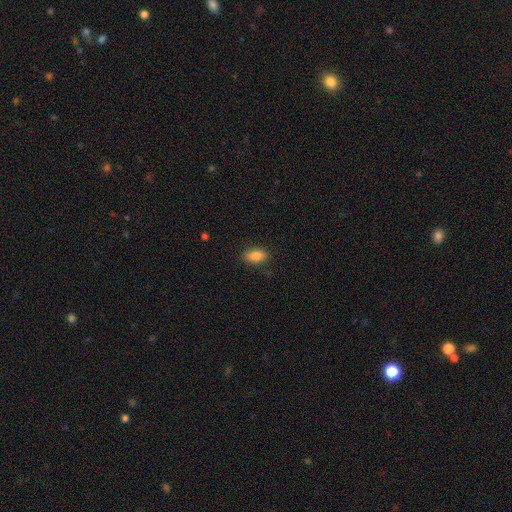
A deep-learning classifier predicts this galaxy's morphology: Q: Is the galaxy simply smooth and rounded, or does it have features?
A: smooth — 84%.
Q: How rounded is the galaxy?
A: in between — 87%.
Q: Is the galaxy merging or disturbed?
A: none — 86%.